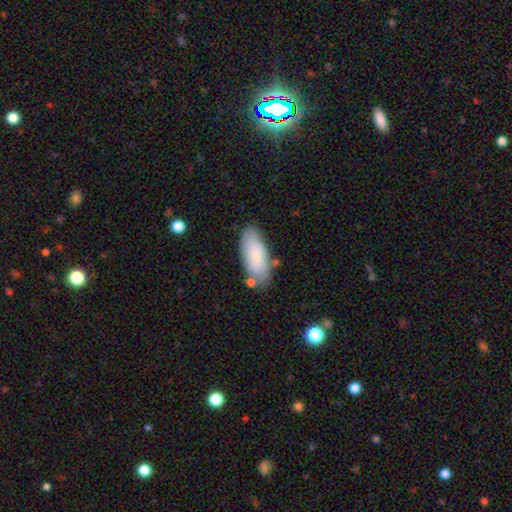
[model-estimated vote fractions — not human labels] Smooth or featured?
  - smooth: 80% *
  - featured or disk: 13%
  - star or artifact: 6%
How rounded?
  - in between: 83% *
  - cigar-shaped: 15%
  - round: 2%
Merging?
  - none: 76% *
  - minor disturbance: 16%
  - merger: 5%
  - major disturbance: 3%